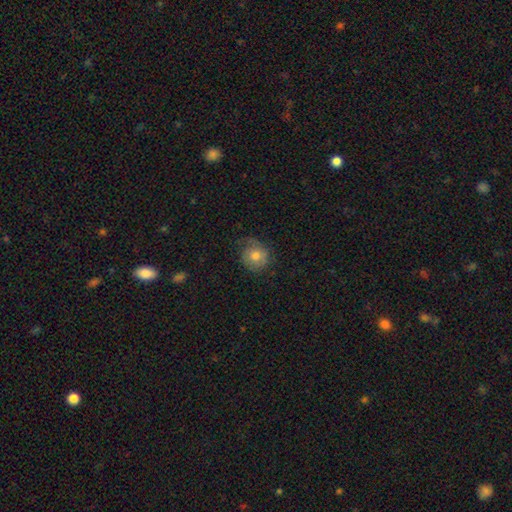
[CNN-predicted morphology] Smooth or featured? Predicted: smooth (p=0.63). How rounded? Predicted: round (p=0.85). Merging? Predicted: none (p=0.61).